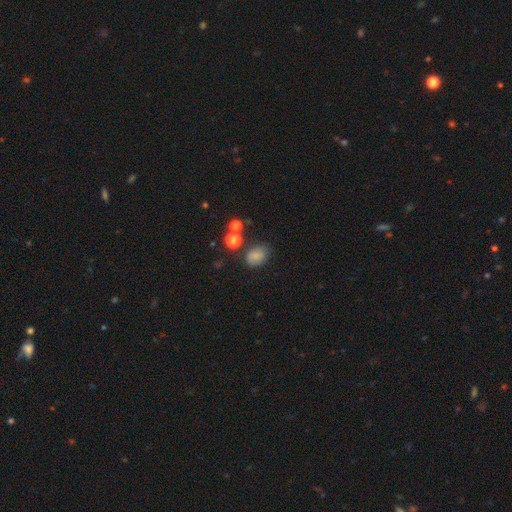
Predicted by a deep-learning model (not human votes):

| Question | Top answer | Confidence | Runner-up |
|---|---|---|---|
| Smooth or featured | smooth | 76% | star or artifact (14%) |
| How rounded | in between | 67% | round (32%) |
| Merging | none | 71% | minor disturbance (19%) |